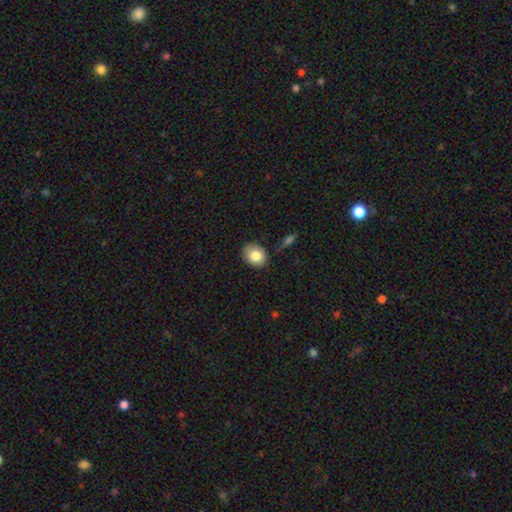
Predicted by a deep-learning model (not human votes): Overall: smooth (83%). How rounded: in between (56%; round 43%). Merging: none (84%).